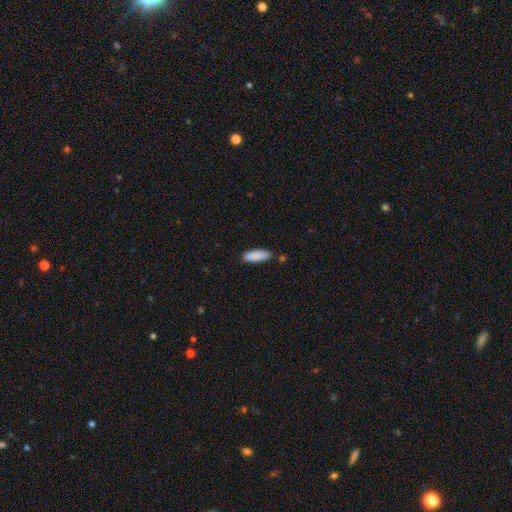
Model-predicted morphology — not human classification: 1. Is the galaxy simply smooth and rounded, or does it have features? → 88% smooth, 6% star or artifact, 6% featured or disk.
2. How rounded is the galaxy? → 61% in between, 38% cigar-shaped, 2% round.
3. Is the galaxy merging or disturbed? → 78% none, 15% minor disturbance, 4% merger, 3% major disturbance.